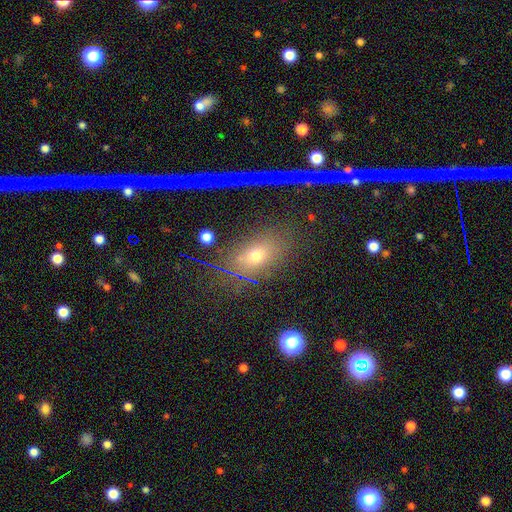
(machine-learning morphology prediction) Overall: smooth (57%; star or artifact 26%). How rounded: in between (68%). Merging: none (76%).